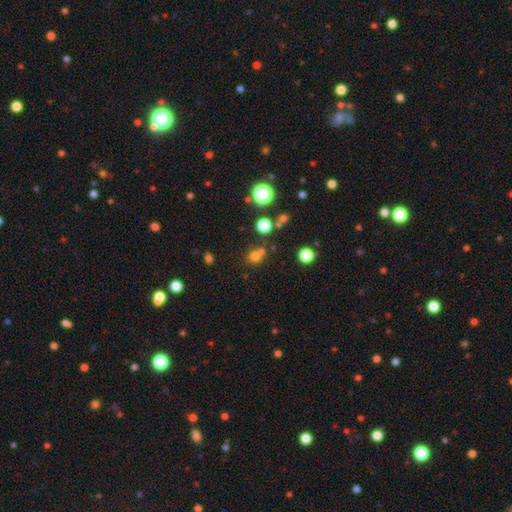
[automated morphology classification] Smooth or featured?
  - smooth: 69% *
  - star or artifact: 23%
  - featured or disk: 8%
How rounded?
  - round: 86% *
  - in between: 13%
  - cigar-shaped: 1%
Merging?
  - none: 62% *
  - merger: 26%
  - minor disturbance: 8%
  - major disturbance: 3%